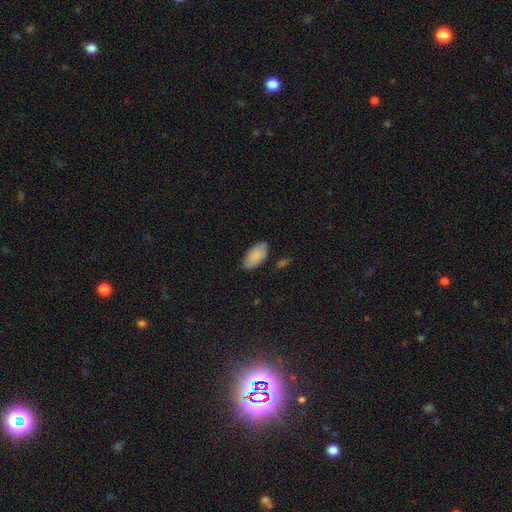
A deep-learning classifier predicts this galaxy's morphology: A smooth galaxy with no disk features (86%) that is in between round and cigar-shaped (95%).

Vote fractions:
- Smooth or featured? smooth: 86% / featured or disk: 8% / star or artifact: 6%
- How rounded? in between: 95% / cigar-shaped: 4% / round: 2%
- Merging? none: 81% / minor disturbance: 14% / major disturbance: 3% / merger: 2%